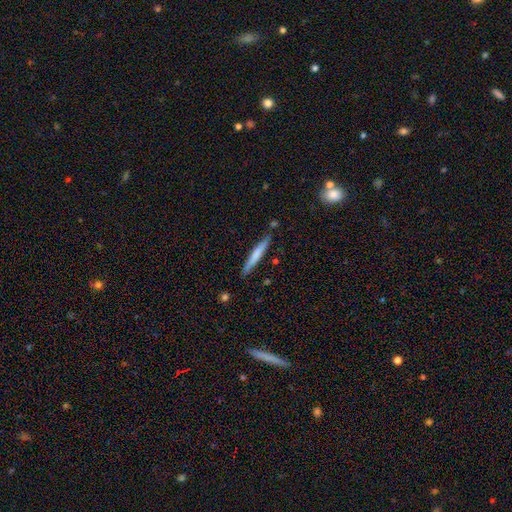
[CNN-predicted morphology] Q: Smooth or featured?
A: smooth (65%); runner-up: featured or disk (30%)
Q: How rounded?
A: cigar-shaped (95%); runner-up: in between (4%)
Q: Merging?
A: none (84%); runner-up: minor disturbance (12%)